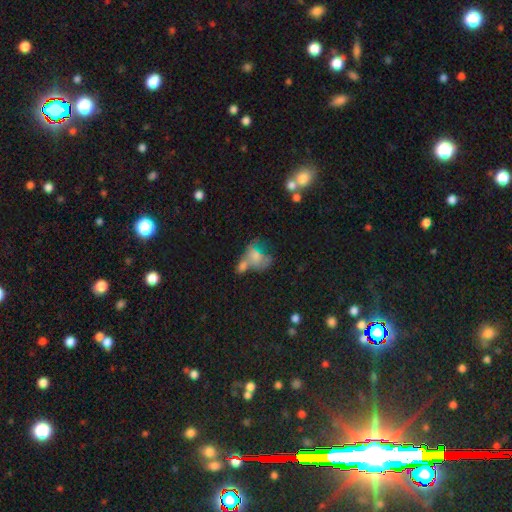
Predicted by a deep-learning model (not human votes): This is possibly a smooth galaxy (54%). How rounded: likely in between (72%). Merging: possibly merger (54%).